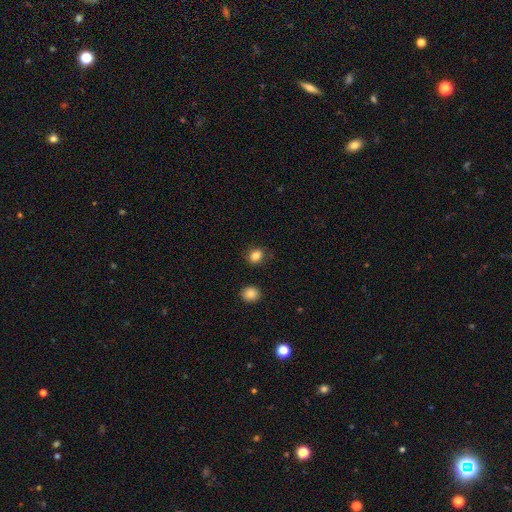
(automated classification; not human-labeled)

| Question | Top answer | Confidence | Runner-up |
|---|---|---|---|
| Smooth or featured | smooth | 84% | star or artifact (11%) |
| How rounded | round | 56% | in between (43%) |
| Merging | none | 85% | minor disturbance (10%) |